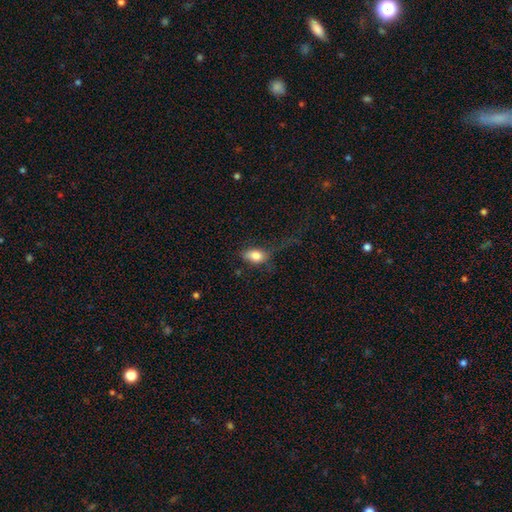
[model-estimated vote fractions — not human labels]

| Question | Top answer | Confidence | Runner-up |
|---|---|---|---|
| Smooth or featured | smooth | 81% | featured or disk (11%) |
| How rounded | in between | 87% | round (9%) |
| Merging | none | 44% | major disturbance (27%) |